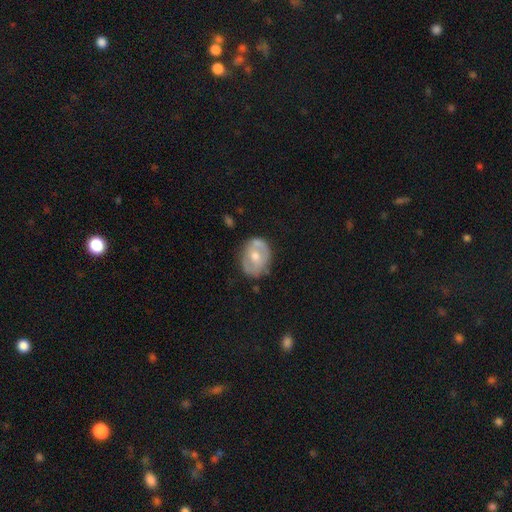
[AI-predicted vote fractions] A featured or disk galaxy (53%).

Vote fractions:
- Smooth or featured? featured or disk: 53% / smooth: 41% / star or artifact: 6%
- Edge-on disk? no: 94% / yes: 6%
- Merging? none: 68% / minor disturbance: 21% / major disturbance: 6% / merger: 5%